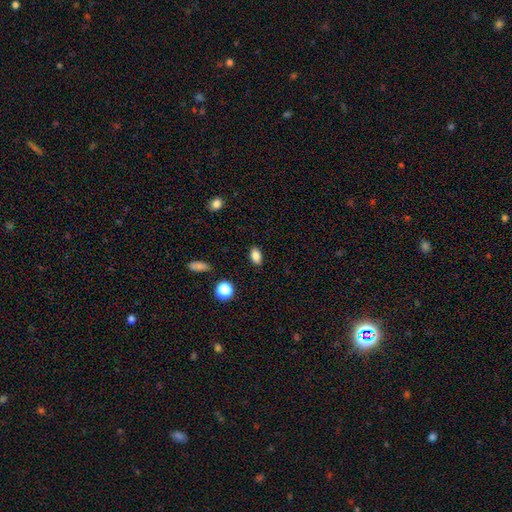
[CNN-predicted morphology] Overall: smooth (84%). How rounded: in between (86%). Merging: none (87%).